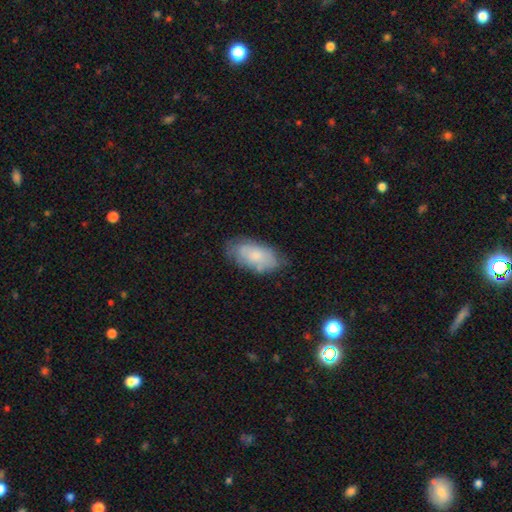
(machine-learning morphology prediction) A smooth galaxy with no disk features (71%) that is in between round and cigar-shaped (94%).

Vote fractions:
- Smooth or featured? smooth: 71% / featured or disk: 22% / star or artifact: 7%
- How rounded? in between: 94% / cigar-shaped: 3% / round: 3%
- Merging? none: 67% / minor disturbance: 25% / major disturbance: 6% / merger: 3%